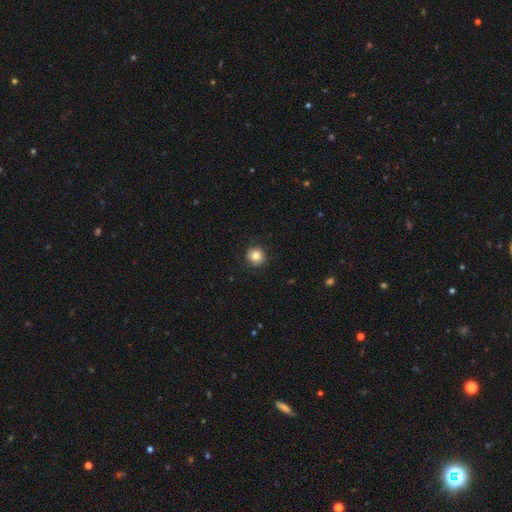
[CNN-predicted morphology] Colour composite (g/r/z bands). It shows a smooth galaxy with no disk features (83%) that is round (91%). Merging: none (87%).